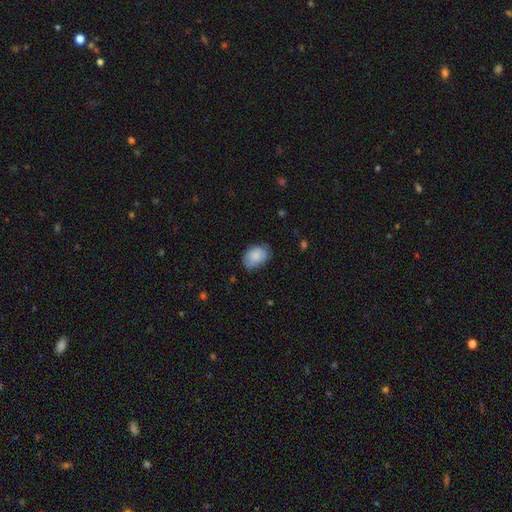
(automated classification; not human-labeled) The model was most divided on "merging": none: 65%, minor disturbance: 28%, major disturbance: 6%, merger: 1%. More confident: smooth or featured — smooth (83%); how rounded — in between (80%).